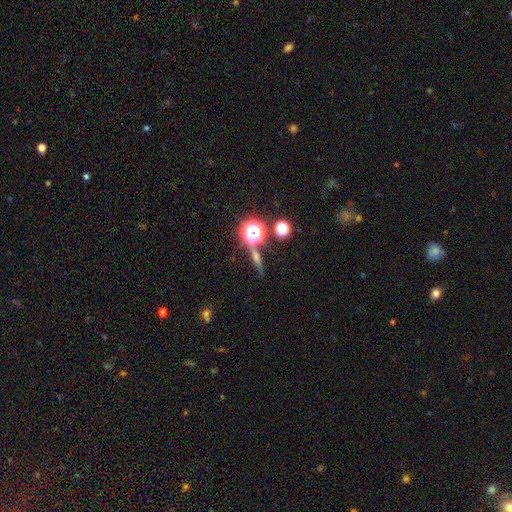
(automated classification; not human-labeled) Smooth or featured: featured or disk — 37% (star or artifact — 35%)
Merging: none — 76% (minor disturbance — 10%)